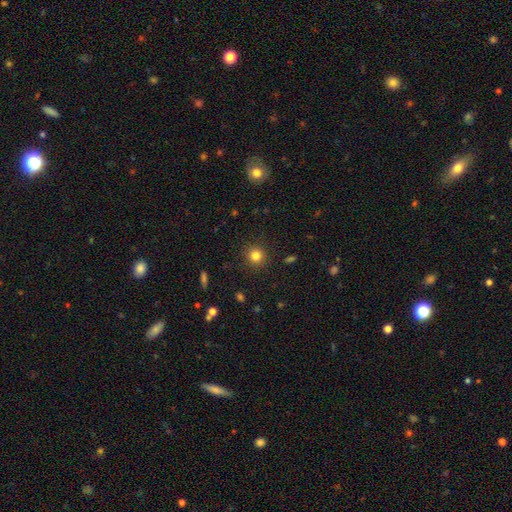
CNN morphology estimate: smooth-or-featured: smooth: 82% | star or artifact: 13% | featured or disk: 6%
  how-rounded: round: 93% | in between: 6% | cigar-shaped: 1%
  merging: none: 91% | minor disturbance: 6% | major disturbance: 2% | merger: 1%